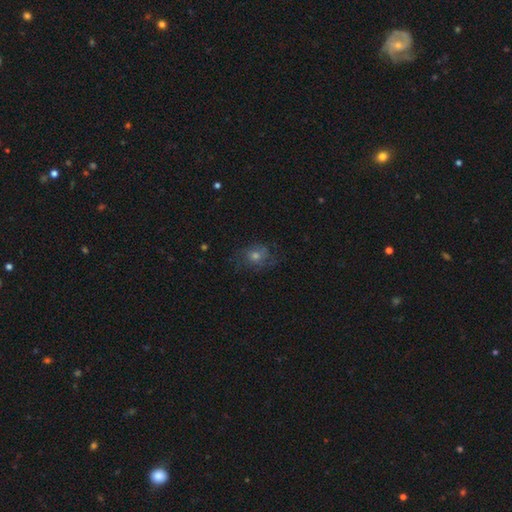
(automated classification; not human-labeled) Morphology: type=featured or disk (41%); merging=none (68%).